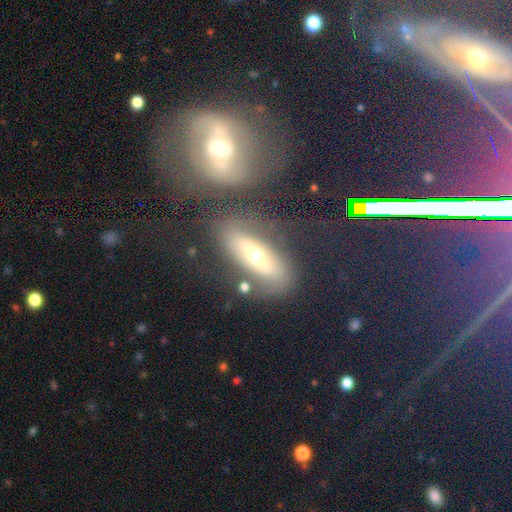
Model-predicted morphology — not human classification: A featured or disk galaxy (50%). Merging: none (59%).